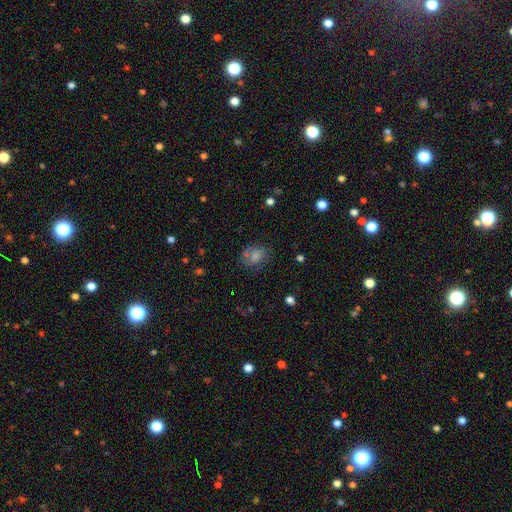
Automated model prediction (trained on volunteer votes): A smooth galaxy with no disk features (53%) that is in between round and cigar-shaped (56%).

Vote fractions:
- Smooth or featured? smooth: 53% / featured or disk: 27% / star or artifact: 21%
- How rounded? in between: 56% / round: 42% / cigar-shaped: 2%
- Merging? none: 62% / minor disturbance: 21% / major disturbance: 11% / merger: 7%